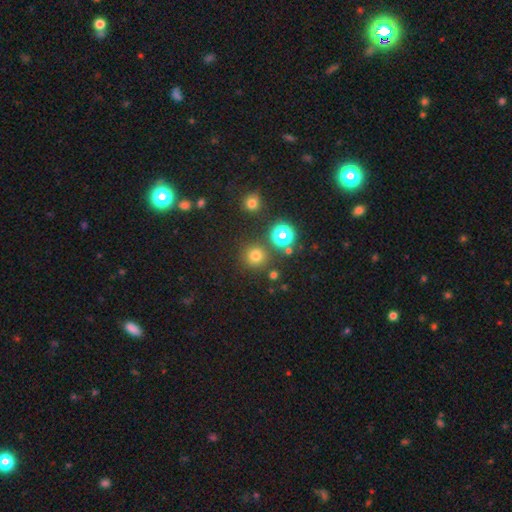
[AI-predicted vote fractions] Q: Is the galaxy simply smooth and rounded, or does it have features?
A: smooth — 72%.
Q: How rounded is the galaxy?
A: round — 94%.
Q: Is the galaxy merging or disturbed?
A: none — 84%.